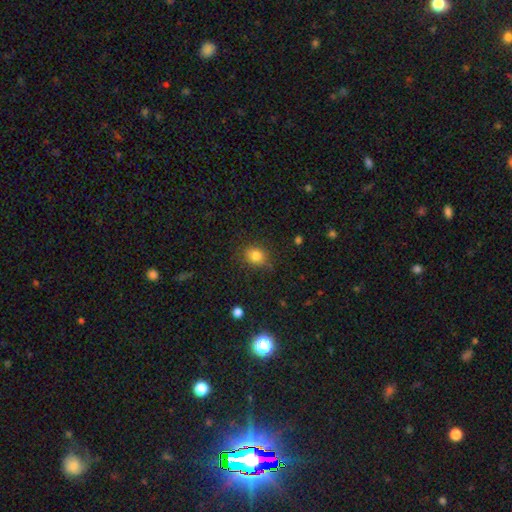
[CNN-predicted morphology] Q: Smooth or featured?
A: smooth (82%); runner-up: star or artifact (12%)
Q: How rounded?
A: round (66%); runner-up: in between (33%)
Q: Merging?
A: none (80%); runner-up: minor disturbance (15%)